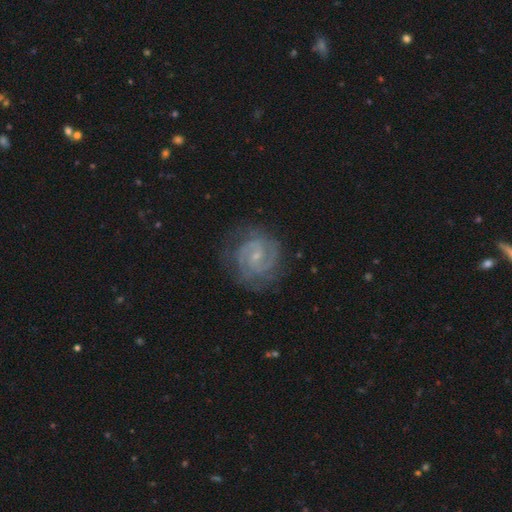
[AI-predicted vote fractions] This appears to be a featured or disk galaxy (87%) with a weak bar (45%, tied with no), 2 (72%) tight (58%) spiral arms (97%) and a small central bulge (76%). Merging: none (78%).